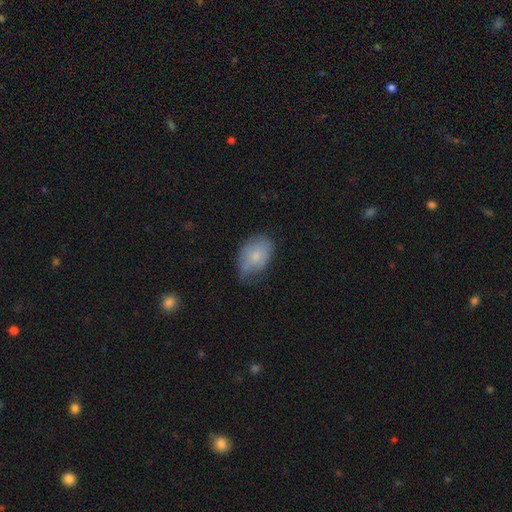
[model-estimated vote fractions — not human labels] Smooth or featured? Predicted: smooth (p=0.72). How rounded? Predicted: in between (p=0.85). Merging? Predicted: none (p=0.44).